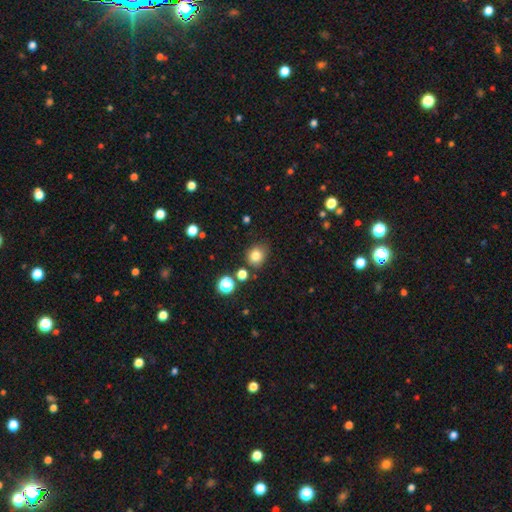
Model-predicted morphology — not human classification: This appears to be a smooth galaxy with no disk features (80%) that is round (76%). Merging: none (78%).